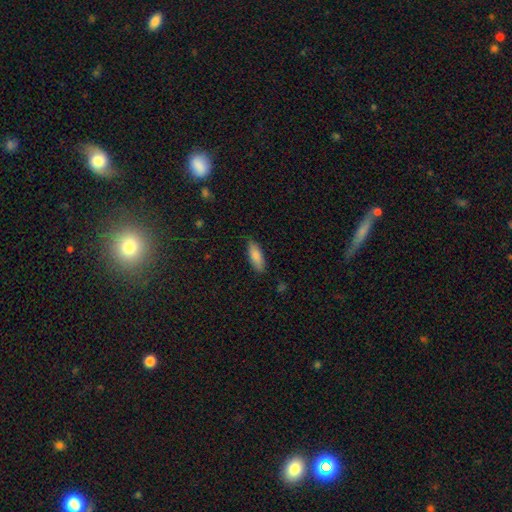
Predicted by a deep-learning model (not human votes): A smooth galaxy with no disk features (84%) that is in between round and cigar-shaped (68%). Merging: none (81%).